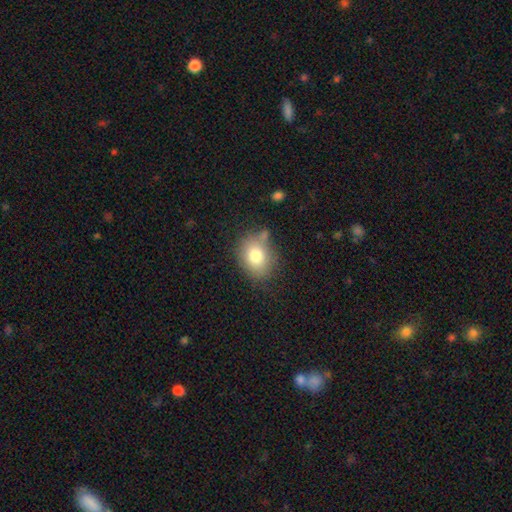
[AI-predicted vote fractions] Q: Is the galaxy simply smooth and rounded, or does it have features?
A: smooth — 79%.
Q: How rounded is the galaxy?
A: in between — 54%.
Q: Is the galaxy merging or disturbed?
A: none — 68%.